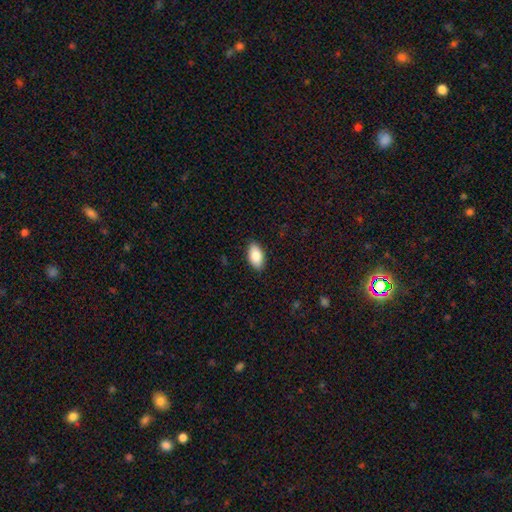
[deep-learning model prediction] This appears to be a smooth galaxy with no disk features (85%) that is in between round and cigar-shaped (94%). Merging: none (88%).